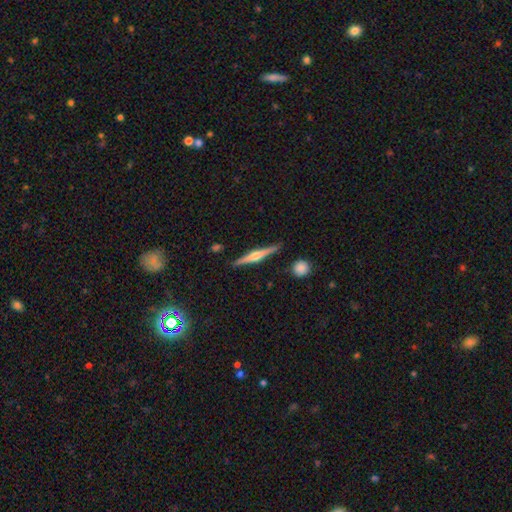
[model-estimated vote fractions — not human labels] Q: Smooth or featured?
A: featured or disk (74%); runner-up: smooth (20%)
Q: Edge-on disk?
A: yes (98%); runner-up: no (2%)
Q: Edge-on bulge?
A: rounded (88%); runner-up: boxy (7%)
Q: Merging?
A: none (89%); runner-up: minor disturbance (8%)